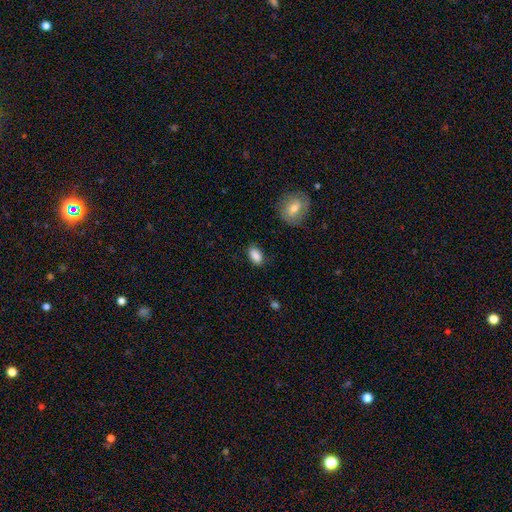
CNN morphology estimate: Smooth or featured: smooth — 87% (star or artifact — 7%)
How rounded: in between — 90% (round — 7%)
Merging: none — 80% (minor disturbance — 15%)